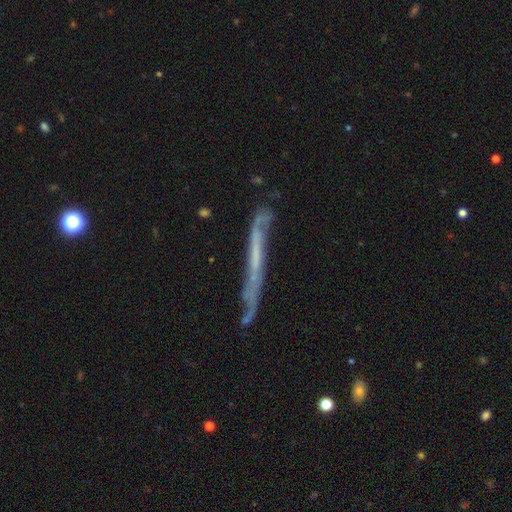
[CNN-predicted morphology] Smooth or featured: featured or disk — 62% (smooth — 29%)
Edge-on disk: yes — 82% (no — 18%)
Edge-on bulge: none — 88% (rounded — 7%)
Merging: none — 63% (minor disturbance — 25%)